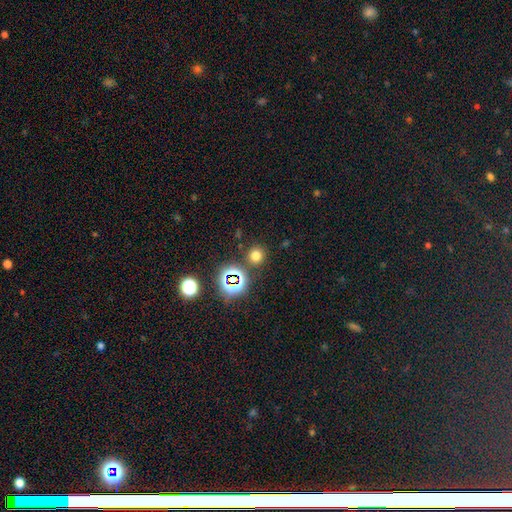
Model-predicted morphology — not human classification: The model was most divided on "smooth or featured": smooth: 69%, star or artifact: 25%, featured or disk: 7%. More confident: how rounded — round (90%); merging — none (84%).